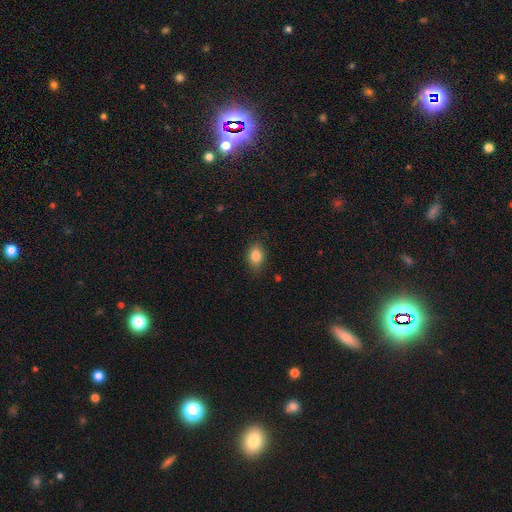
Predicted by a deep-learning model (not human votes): Smooth or featured?
  - smooth: 85% *
  - star or artifact: 9%
  - featured or disk: 6%
How rounded?
  - in between: 81% *
  - round: 17%
  - cigar-shaped: 2%
Merging?
  - none: 82% *
  - minor disturbance: 14%
  - major disturbance: 3%
  - merger: 1%